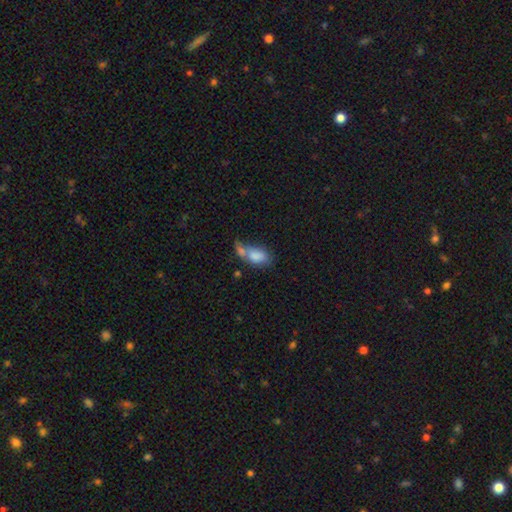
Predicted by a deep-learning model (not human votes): The model was most divided on "merging": merger: 52%, none: 22%, minor disturbance: 15%, major disturbance: 12%. More confident: how rounded — in between (88%); smooth or featured — smooth (77%).